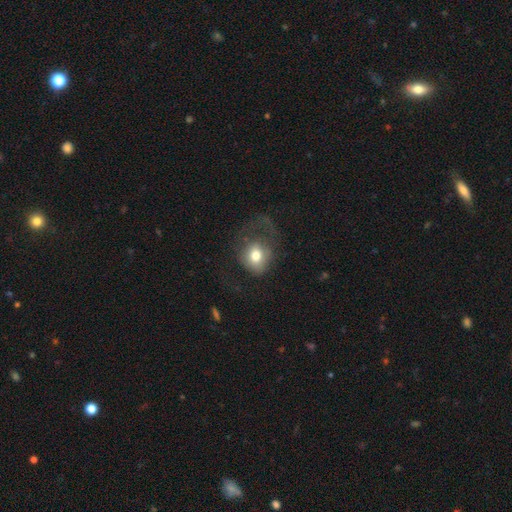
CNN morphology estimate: smooth-or-featured: smooth: 69% | featured or disk: 22% | star or artifact: 9%
  how-rounded: round: 58% | in between: 41% | cigar-shaped: 1%
  merging: major disturbance: 48% | none: 31% | minor disturbance: 19% | merger: 2%